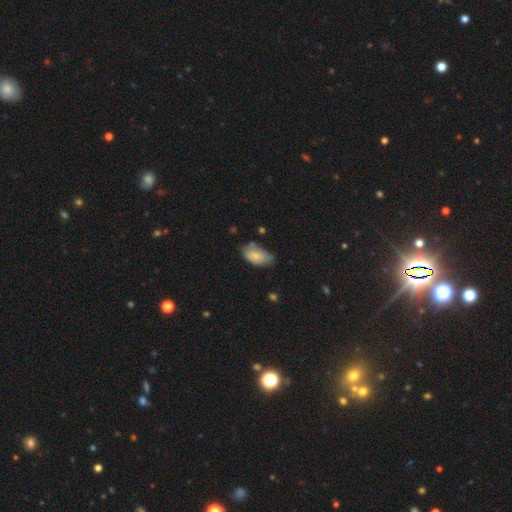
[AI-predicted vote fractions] Smooth or featured: smooth — 74% (featured or disk — 19%)
How rounded: in between — 93% (round — 5%)
Merging: none — 49% (minor disturbance — 38%)